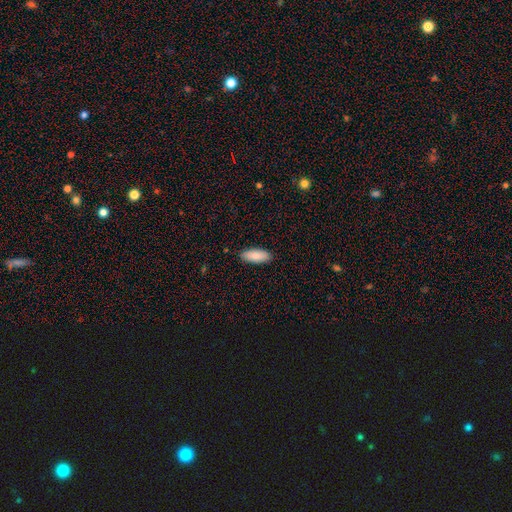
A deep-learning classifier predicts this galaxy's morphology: Smooth or featured?
  - smooth: 85% *
  - featured or disk: 9%
  - star or artifact: 6%
How rounded?
  - in between: 81% *
  - cigar-shaped: 18%
  - round: 2%
Merging?
  - none: 89% *
  - minor disturbance: 9%
  - major disturbance: 2%
  - merger: 1%